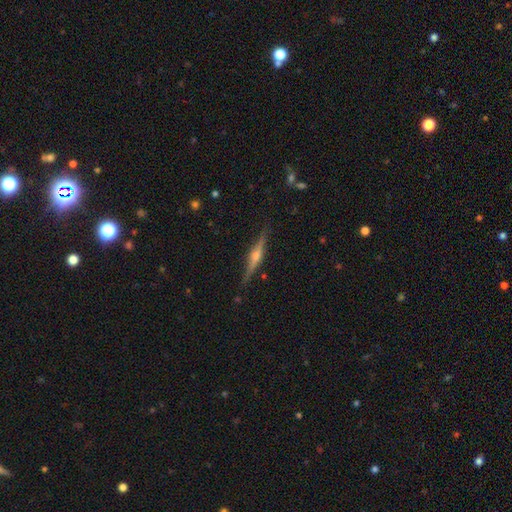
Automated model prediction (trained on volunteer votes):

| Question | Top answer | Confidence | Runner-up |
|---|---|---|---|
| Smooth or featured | featured or disk | 81% | smooth (12%) |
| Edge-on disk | yes | 98% | no (2%) |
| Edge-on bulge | rounded | 89% | boxy (7%) |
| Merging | none | 89% | minor disturbance (8%) |